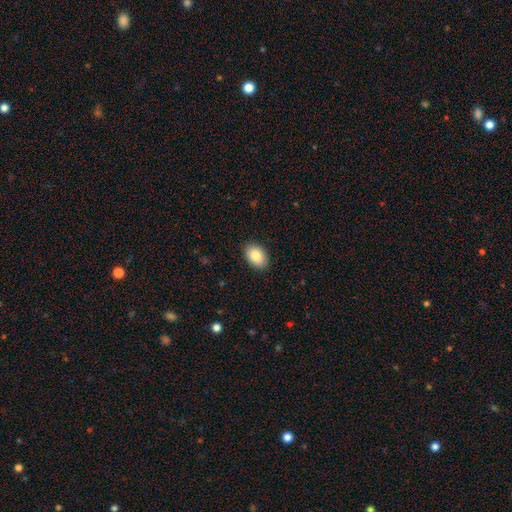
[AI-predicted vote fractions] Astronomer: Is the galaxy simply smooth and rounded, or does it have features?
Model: smooth — 87%.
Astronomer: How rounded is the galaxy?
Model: in between — 88%.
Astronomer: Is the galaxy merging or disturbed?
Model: none — 88%.